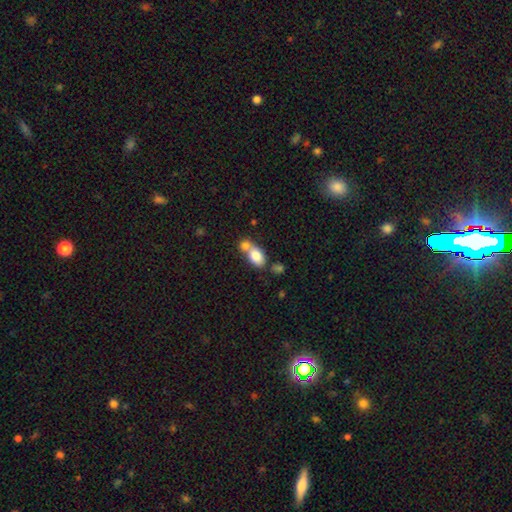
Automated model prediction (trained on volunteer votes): Smooth or featured?
  - smooth: 80% *
  - featured or disk: 13%
  - star or artifact: 8%
How rounded?
  - in between: 84% *
  - round: 13%
  - cigar-shaped: 3%
Merging?
  - merger: 56% *
  - none: 31%
  - minor disturbance: 9%
  - major disturbance: 4%